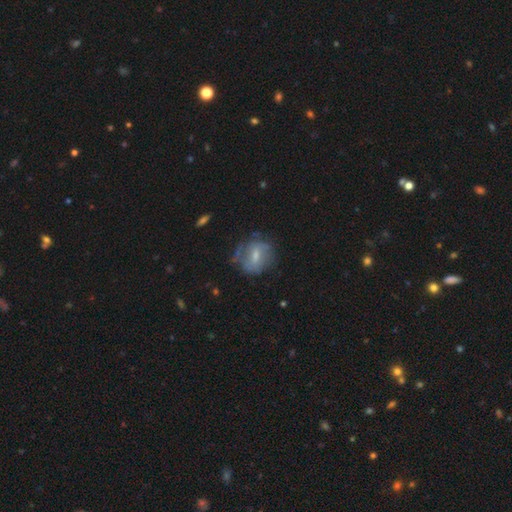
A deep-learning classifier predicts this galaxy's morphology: Smooth or featured?
  - featured or disk: 47% *
  - smooth: 44%
  - star or artifact: 9%
Merging?
  - none: 58% *
  - minor disturbance: 25%
  - major disturbance: 14%
  - merger: 3%